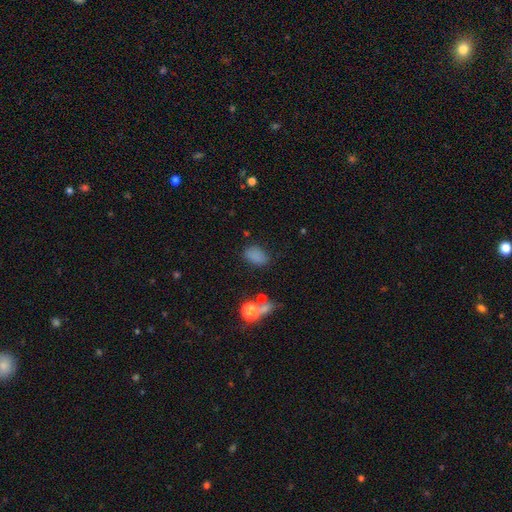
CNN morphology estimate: smooth 79%, star or artifact 14%, featured or disk 6%. Down the decision tree: how rounded — in between (85%); merging — none (73%).